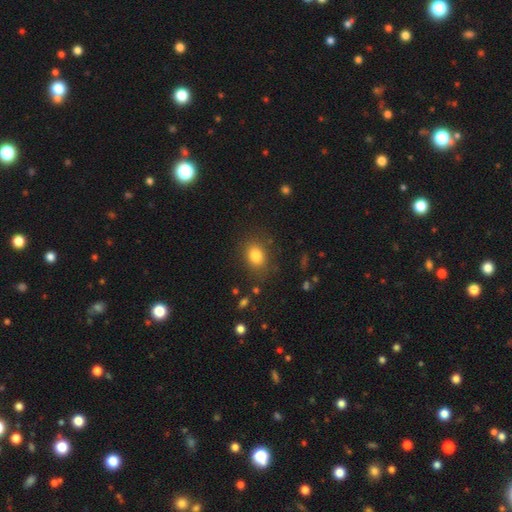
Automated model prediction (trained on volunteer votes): Smooth or featured: smooth — 82% (star or artifact — 11%)
How rounded: in between — 60% (round — 39%)
Merging: none — 82% (minor disturbance — 12%)